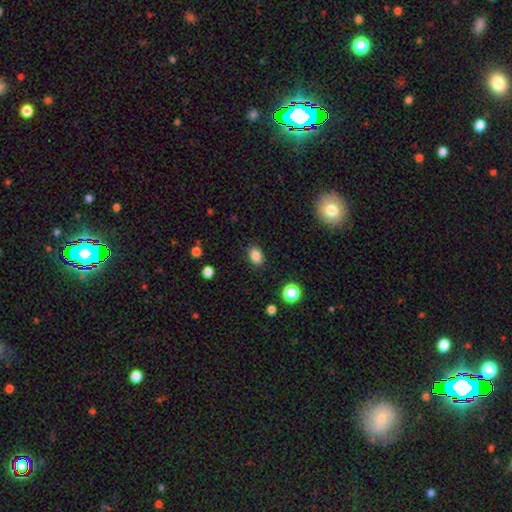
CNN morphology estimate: This is clearly a smooth galaxy (85%). How rounded: likely in between (77%). Merging: clearly none (87%).